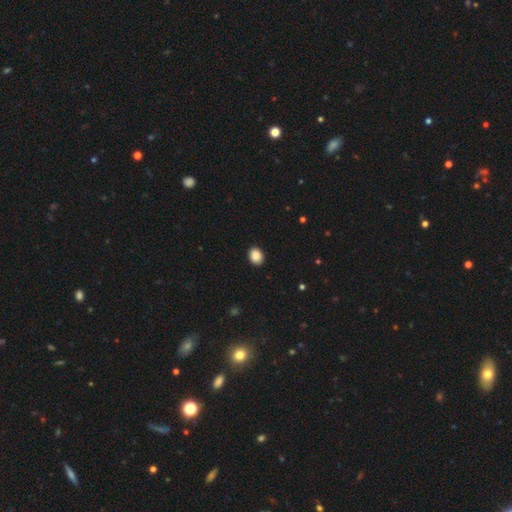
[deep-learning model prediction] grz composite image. It shows a smooth galaxy with no disk features (89%) that is in between round and cigar-shaped (55%). Merging: none (91%).